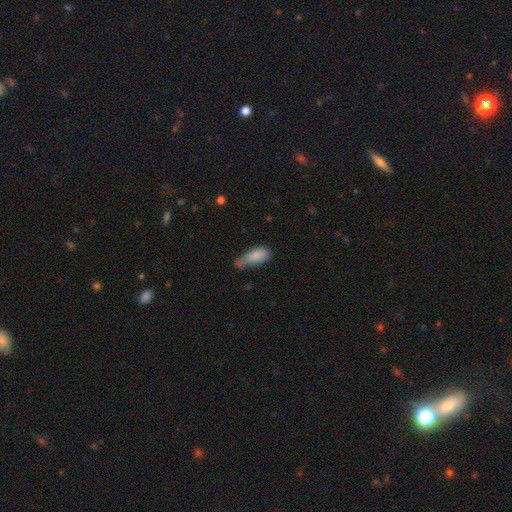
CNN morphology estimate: Smooth or featured? smooth (84%)
How rounded? in between (80%)
Merging? minor disturbance (43%)